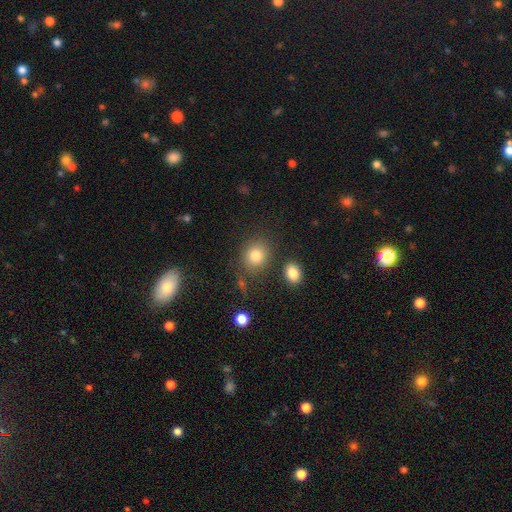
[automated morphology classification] Smooth or featured?
  - smooth: 82% *
  - star or artifact: 11%
  - featured or disk: 7%
How rounded?
  - round: 69% *
  - in between: 30%
  - cigar-shaped: 1%
Merging?
  - none: 78% *
  - minor disturbance: 11%
  - merger: 6%
  - major disturbance: 4%